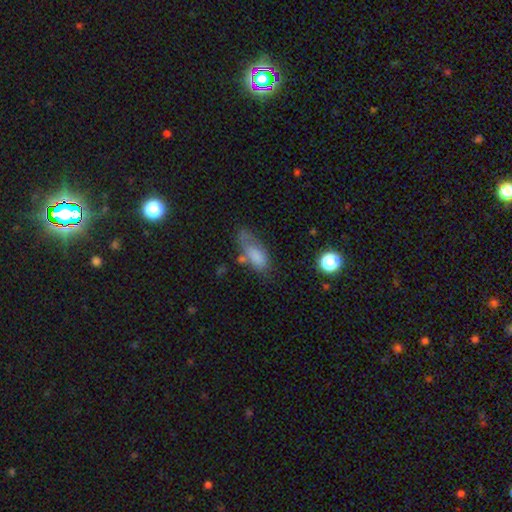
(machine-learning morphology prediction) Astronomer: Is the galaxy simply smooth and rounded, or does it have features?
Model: smooth — 76%.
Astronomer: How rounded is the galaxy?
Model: in between — 80%.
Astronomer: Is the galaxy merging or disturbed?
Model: none — 41% (runner-up: minor disturbance, 30%).